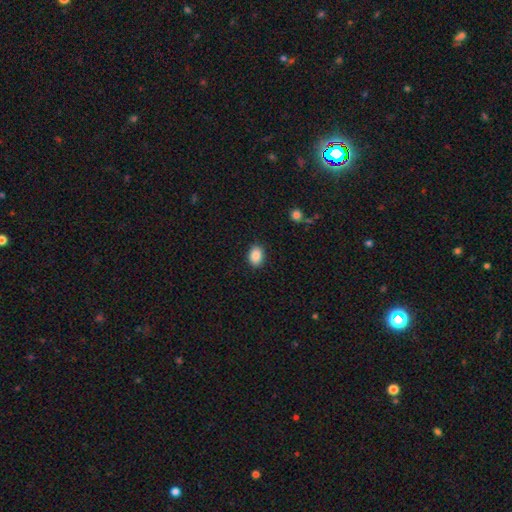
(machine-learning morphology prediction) This appears to be a smooth galaxy with no disk features (89%) that is in between round and cigar-shaped (75%). Merging: none (88%).